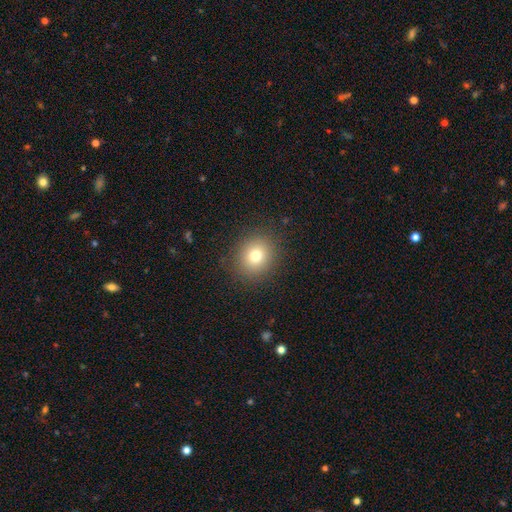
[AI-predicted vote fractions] Q: Smooth or featured?
A: smooth (77%); runner-up: star or artifact (13%)
Q: How rounded?
A: round (80%); runner-up: in between (19%)
Q: Merging?
A: none (88%); runner-up: minor disturbance (7%)